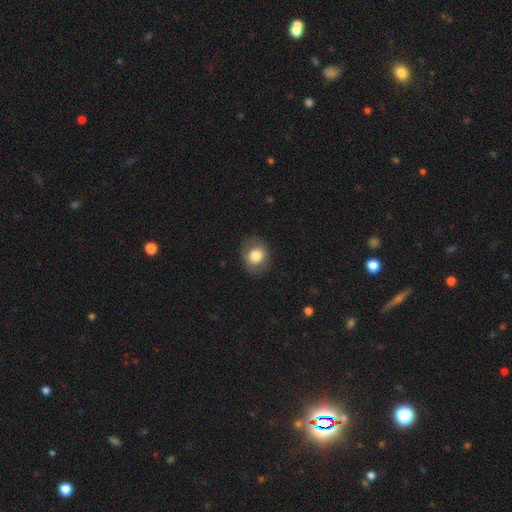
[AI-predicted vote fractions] Morphology: type=smooth (78%); roundness=round (59%); merging=none (83%).